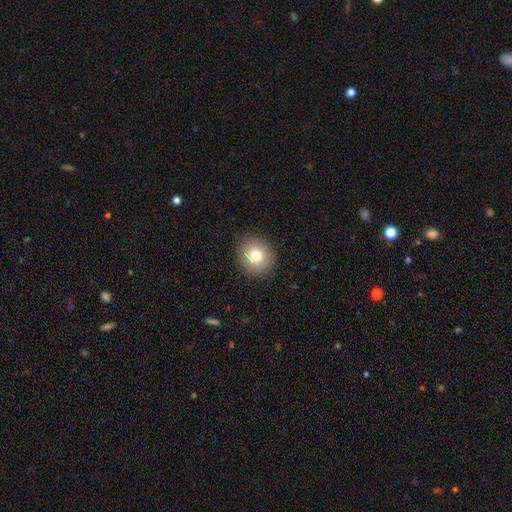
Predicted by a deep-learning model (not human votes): Q: Smooth or featured?
A: smooth (78%); runner-up: featured or disk (11%)
Q: How rounded?
A: round (85%); runner-up: in between (14%)
Q: Merging?
A: none (90%); runner-up: minor disturbance (7%)